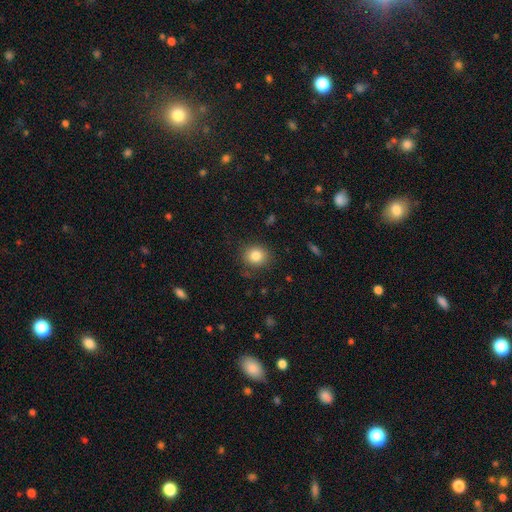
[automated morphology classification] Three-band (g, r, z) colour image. It shows a smooth galaxy with no disk features (83%) that is round (76%). Merging: none (85%).